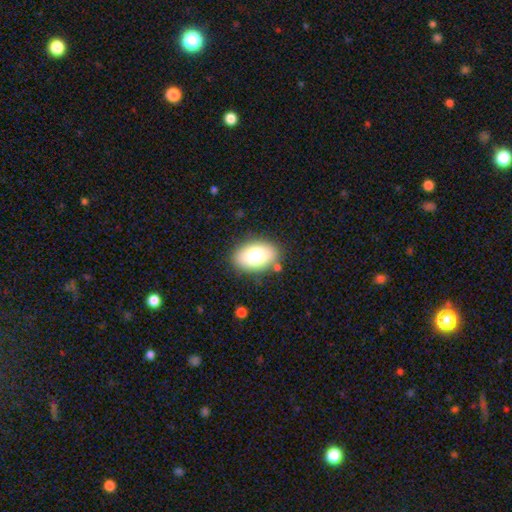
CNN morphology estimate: Q: Smooth or featured?
A: smooth (77%); runner-up: featured or disk (14%)
Q: How rounded?
A: in between (88%); runner-up: round (10%)
Q: Merging?
A: none (84%); runner-up: minor disturbance (11%)